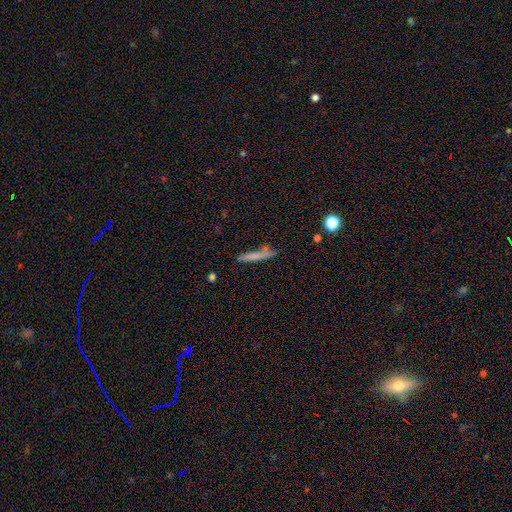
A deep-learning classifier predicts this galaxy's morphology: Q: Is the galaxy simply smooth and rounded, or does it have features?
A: smooth — 69%.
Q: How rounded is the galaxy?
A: cigar-shaped — 94%.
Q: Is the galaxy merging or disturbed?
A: none — 74%.